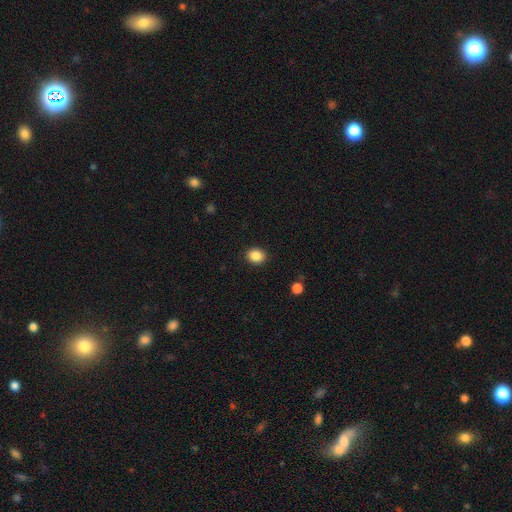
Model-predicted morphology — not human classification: This is clearly a smooth galaxy (87%). How rounded: possibly round (55%). Merging: clearly none (90%).